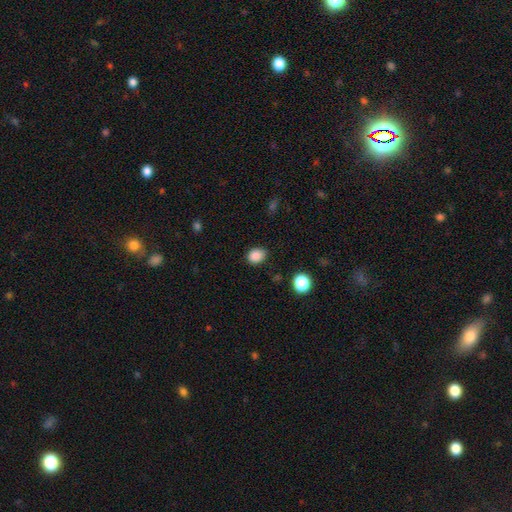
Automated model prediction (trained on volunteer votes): Overall: smooth (87%). How rounded: round (51%; in between 48%). Merging: none (83%).